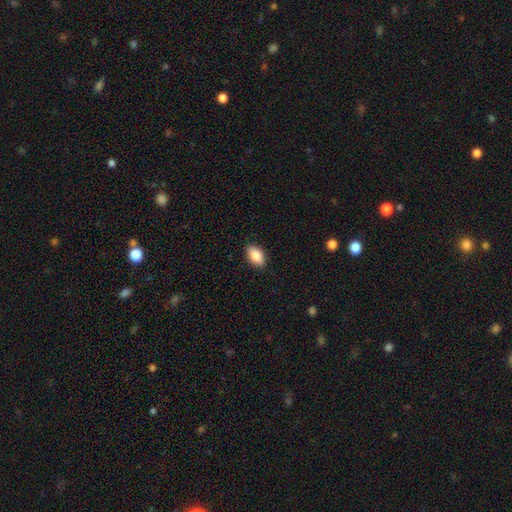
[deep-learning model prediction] A smooth galaxy with no disk features (85%) that is in between round and cigar-shaped (90%). Merging: none (87%).